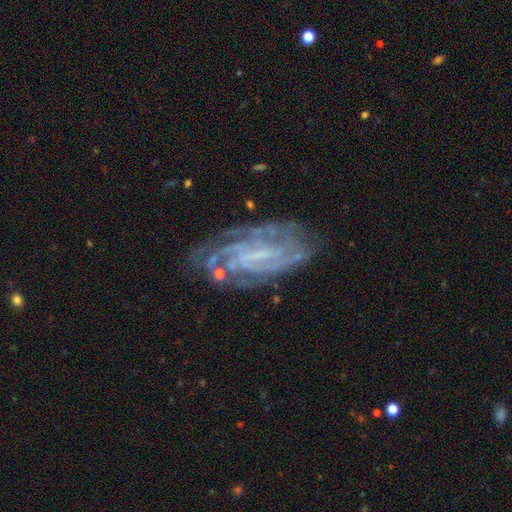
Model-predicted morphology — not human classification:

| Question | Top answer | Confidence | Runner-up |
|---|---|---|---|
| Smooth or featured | featured or disk | 83% | star or artifact (9%) |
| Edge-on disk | no | 95% | yes (5%) |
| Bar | weak | 45% | no (31%) |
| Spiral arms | yes | 92% | no (8%) |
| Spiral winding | tight | 62% | medium (31%) |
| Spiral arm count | can't tell | 38% | 3 (18%) |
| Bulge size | small | 46% | none (37%) |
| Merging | none | 68% | minor disturbance (19%) |